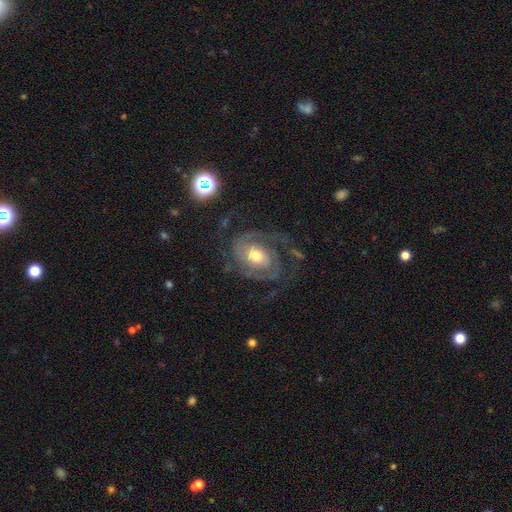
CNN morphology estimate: smooth_or_featured: featured or disk (p=0.90) [alt: smooth p=0.06]
disk_edge_on: no (p=0.98) [alt: yes p=0.02]
bar: no (p=0.64) [alt: weak p=0.27]
has_spiral_arms: yes (p=0.97) [alt: no p=0.03]
spiral_winding: tight (p=0.54) [alt: medium p=0.37]
spiral_arm_count: 2 (p=0.71) [alt: 3 p=0.11]
bulge_size: moderate (p=0.69) [alt: small p=0.15]
merging: none (p=0.69) [alt: minor disturbance p=0.16]